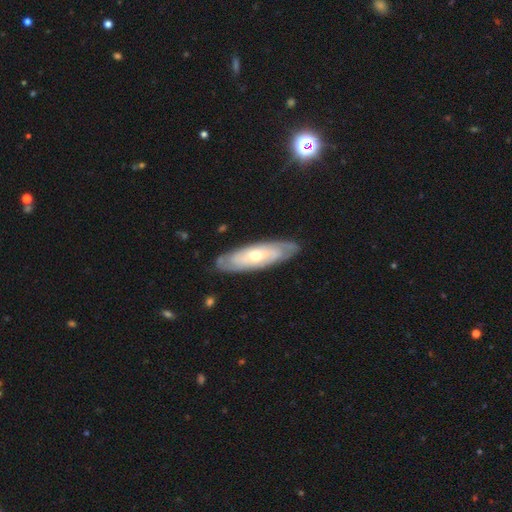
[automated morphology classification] featured or disk 67%, smooth 28%, star or artifact 5%. Down the decision tree: edge-on disk — no (72%); merging — none (83%).